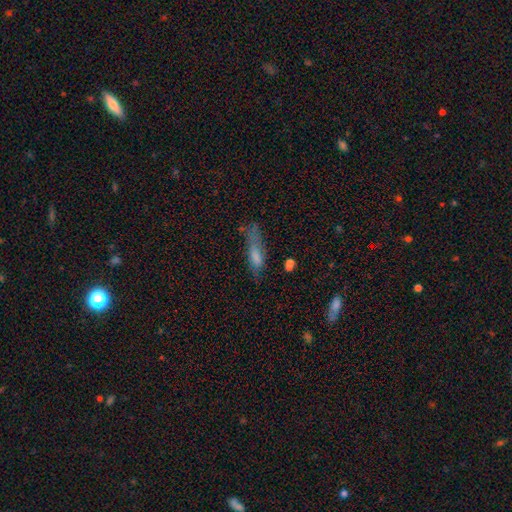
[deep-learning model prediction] Morphology: type=smooth (59%); roundness=cigar-shaped (63%); merging=none (44%).